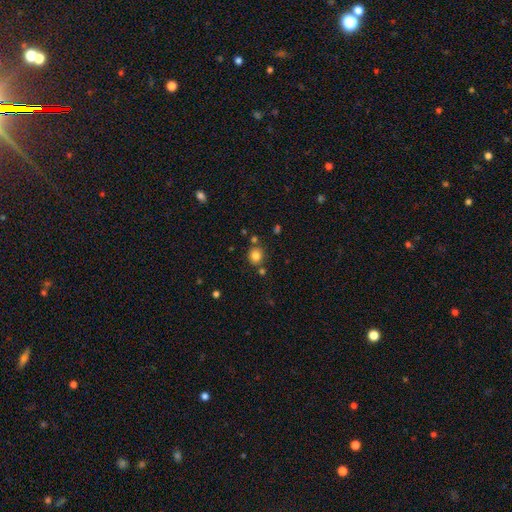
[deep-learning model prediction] smooth-or-featured: smooth: 81% | star or artifact: 12% | featured or disk: 7%
  how-rounded: round: 82% | in between: 17% | cigar-shaped: 1%
  merging: none: 77% | minor disturbance: 10% | merger: 9% | major disturbance: 3%